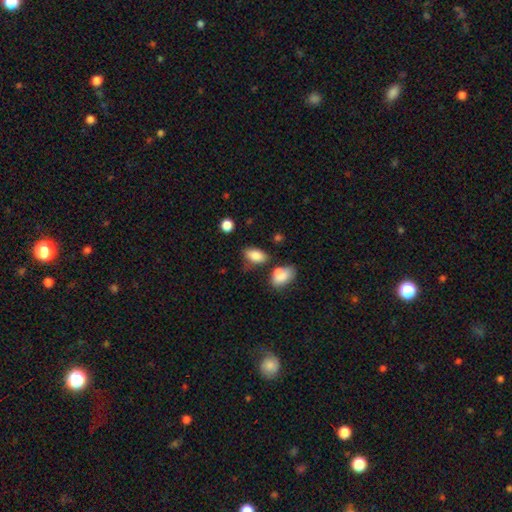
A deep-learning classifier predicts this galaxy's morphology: Smooth or featured? smooth (84%)
How rounded? in between (91%)
Merging? none (58%)